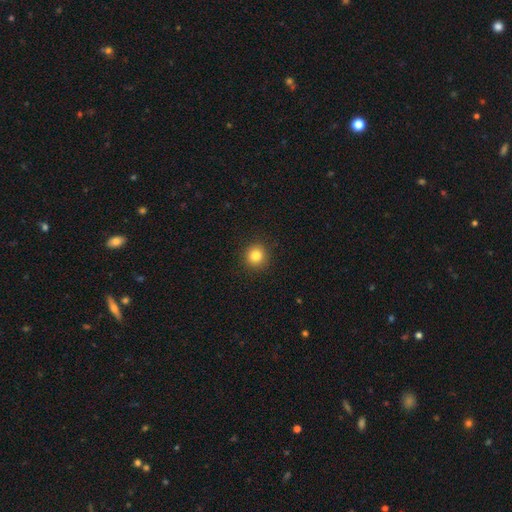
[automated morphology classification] Q: Smooth or featured?
A: smooth (83%); runner-up: star or artifact (11%)
Q: How rounded?
A: round (93%); runner-up: in between (6%)
Q: Merging?
A: none (92%); runner-up: minor disturbance (5%)